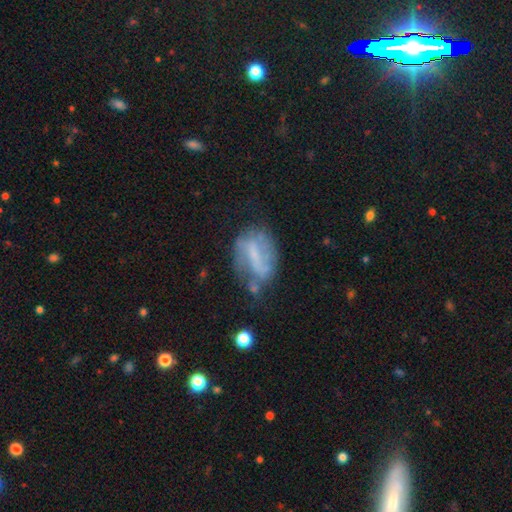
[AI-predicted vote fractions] featured or disk 64%, smooth 26%, star or artifact 9%. Down the decision tree: edge-on disk — no (95%); bar — weak (41%); spiral arms — yes (65%); bulge size — none (41%); merging — none (45%).